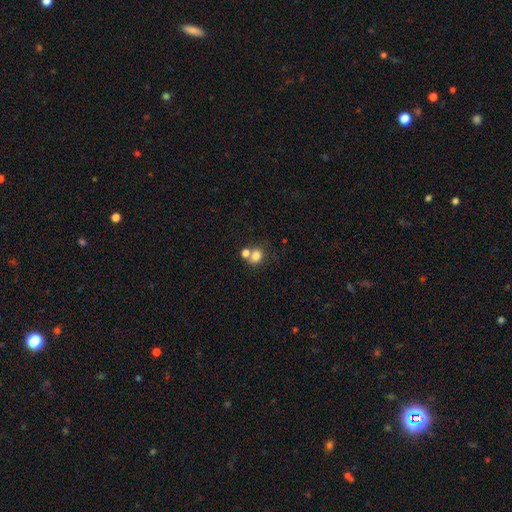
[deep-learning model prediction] Smooth or featured? Predicted: smooth (p=0.78). How rounded? Predicted: round (p=0.64). Merging? Predicted: merger (p=0.44).